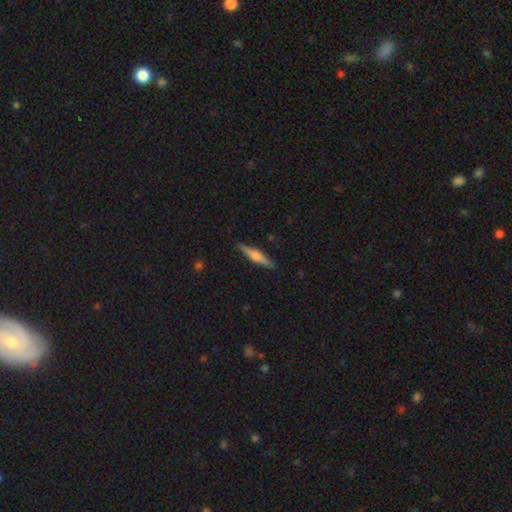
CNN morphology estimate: smooth-or-featured: featured or disk: 64% | smooth: 30% | star or artifact: 6%
  disk-edge-on: yes: 98% | no: 2%
    edge-on-bulge: rounded: 87% | boxy: 8% | none: 4%
  merging: none: 90% | minor disturbance: 7% | major disturbance: 1% | merger: 1%